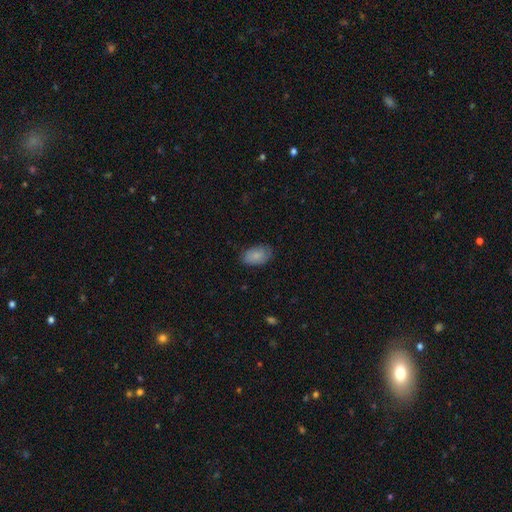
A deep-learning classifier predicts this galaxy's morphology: Overall: smooth (82%). How rounded: in between (92%). Merging: none (75%).